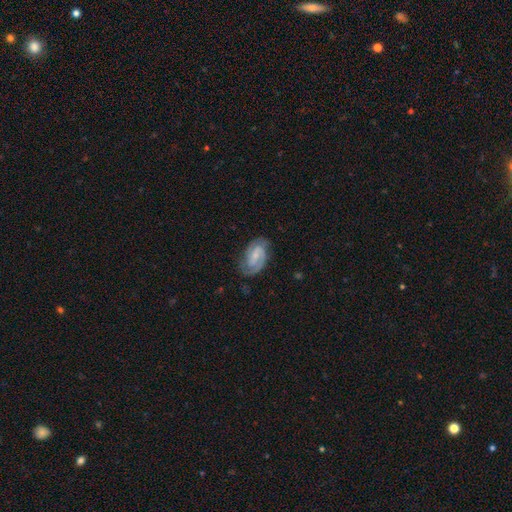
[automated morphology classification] smooth-or-featured: featured or disk: 82% | smooth: 13% | star or artifact: 5%
  disk-edge-on: no: 97% | yes: 3%
    bar: weak: 50% | no: 31% | strong: 19%
    has-spiral-arms: yes: 96% | no: 4%
      spiral-winding: medium: 45% | tight: 44% | loose: 11%
      spiral-arm-count: 2: 85% | can't tell: 6% | 3: 4% | 1: 3% | 4: 1% | more than 4: 1%
    bulge-size: small: 54% | moderate: 21% | none: 21% | large: 2% | dominant: 1%
  merging: none: 74% | minor disturbance: 18% | major disturbance: 6% | merger: 1%